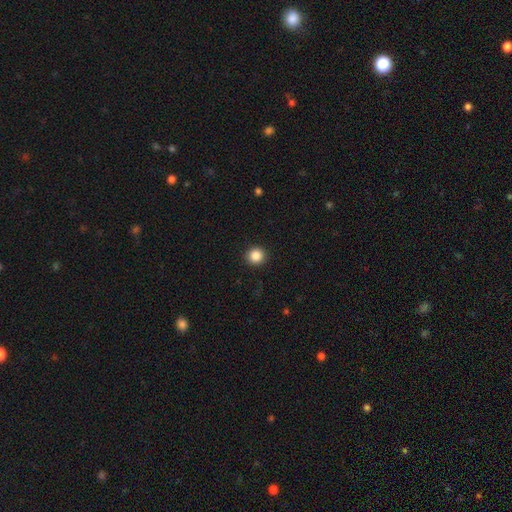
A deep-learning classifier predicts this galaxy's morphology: Smooth or featured? Predicted: smooth (p=0.86). How rounded? Predicted: round (p=0.93). Merging? Predicted: none (p=0.93).